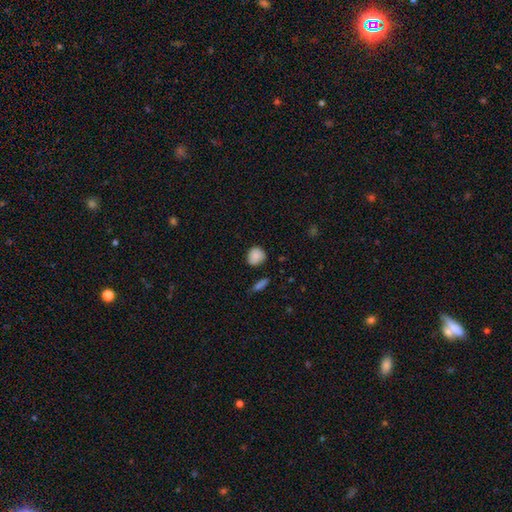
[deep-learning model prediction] The model was most divided on "merging": none: 76%, minor disturbance: 18%, major disturbance: 3%, merger: 3%. More confident: smooth or featured — smooth (86%); how rounded — round (81%).